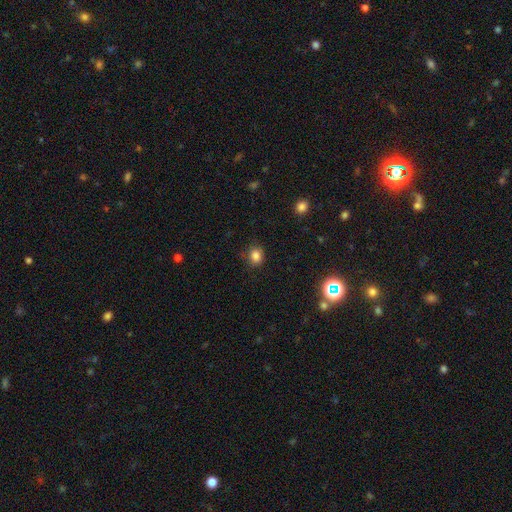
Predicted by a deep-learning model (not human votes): A smooth galaxy with no disk features (83%) that is round (63%).

Vote fractions:
- Smooth or featured? smooth: 83% / star or artifact: 13% / featured or disk: 4%
- How rounded? round: 63% / in between: 36% / cigar-shaped: 1%
- Merging? none: 82% / minor disturbance: 14% / major disturbance: 3% / merger: 1%